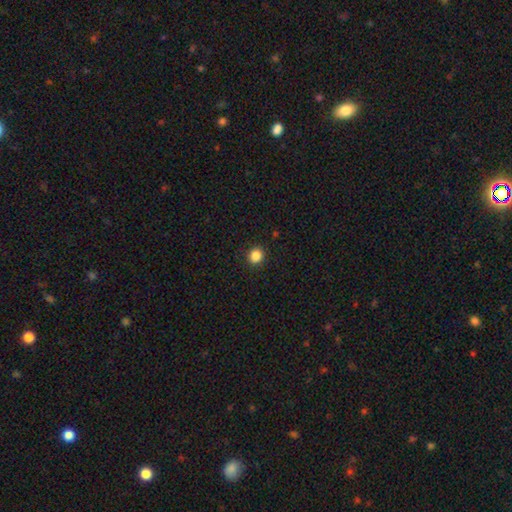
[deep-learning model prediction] Smooth or featured: smooth — 86% (star or artifact — 11%)
How rounded: round — 87% (in between — 12%)
Merging: none — 91% (minor disturbance — 6%)